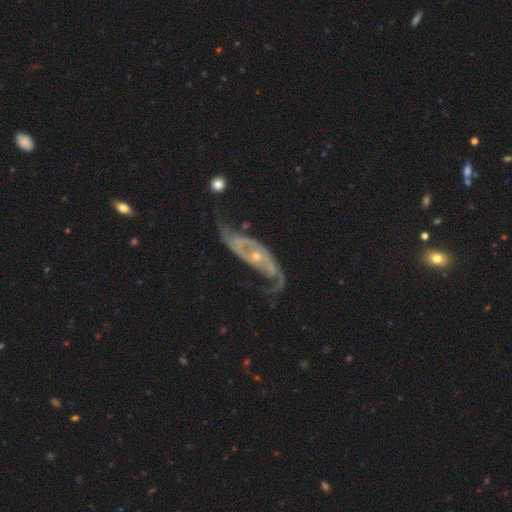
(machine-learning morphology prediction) Q: Smooth or featured?
A: featured or disk (89%); runner-up: smooth (6%)
Q: Edge-on disk?
A: no (91%); runner-up: yes (9%)
Q: Bar?
A: no (62%); runner-up: weak (26%)
Q: Spiral arms?
A: yes (95%); runner-up: no (5%)
Q: Spiral winding?
A: medium (42%); runner-up: loose (34%)
Q: Spiral arm count?
A: 2 (84%); runner-up: can't tell (6%)
Q: Bulge size?
A: small (68%); runner-up: moderate (29%)
Q: Merging?
A: none (54%); runner-up: minor disturbance (23%)